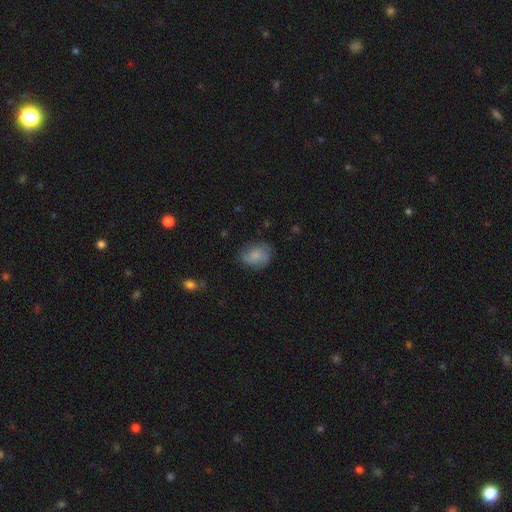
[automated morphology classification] Smooth or featured: smooth — 73% (featured or disk — 19%)
How rounded: in between — 71% (round — 27%)
Merging: none — 63% (minor disturbance — 26%)